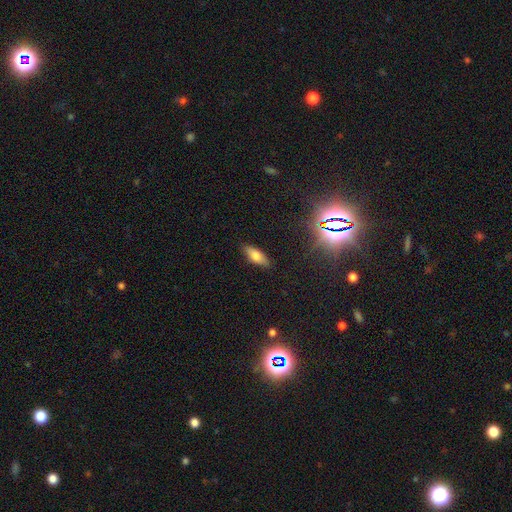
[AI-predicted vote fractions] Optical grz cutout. It shows a smooth galaxy with no disk features (71%) that is in between round and cigar-shaped (72%). Merging: none (86%).